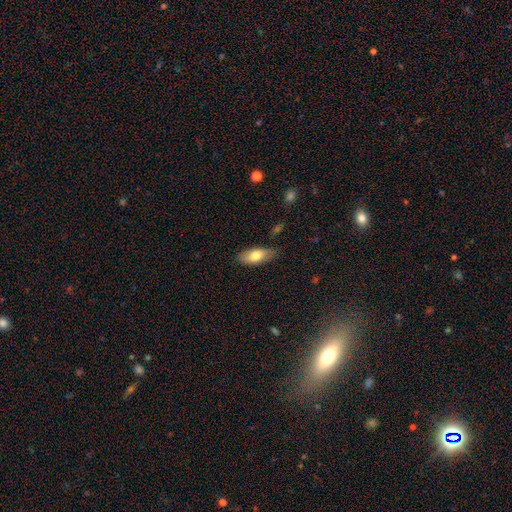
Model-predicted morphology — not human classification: smooth-or-featured: smooth: 73% | featured or disk: 21% | star or artifact: 6%
  how-rounded: in between: 82% | cigar-shaped: 15% | round: 3%
  merging: none: 80% | minor disturbance: 16% | major disturbance: 3% | merger: 2%